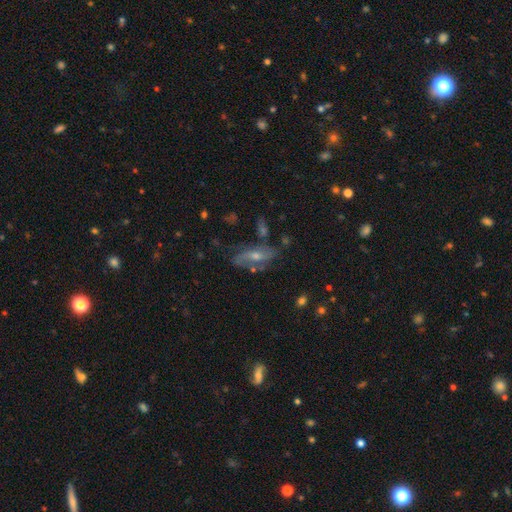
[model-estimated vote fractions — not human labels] Smooth or featured? Predicted: featured or disk (p=0.63). Edge-on disk? Predicted: no (p=0.78). Merging? Predicted: none (p=0.60).